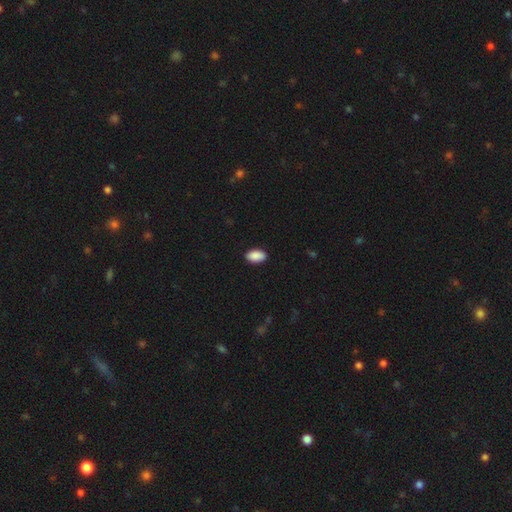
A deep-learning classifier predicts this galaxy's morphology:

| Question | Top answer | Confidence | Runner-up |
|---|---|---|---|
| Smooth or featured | smooth | 90% | star or artifact (6%) |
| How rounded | in between | 94% | round (3%) |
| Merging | none | 89% | minor disturbance (8%) |